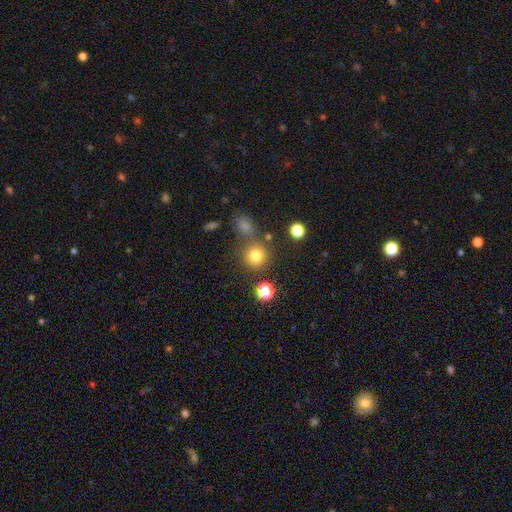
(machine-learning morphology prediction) Smooth or featured? Predicted: smooth (p=0.77). How rounded? Predicted: round (p=0.91). Merging? Predicted: none (p=0.74).